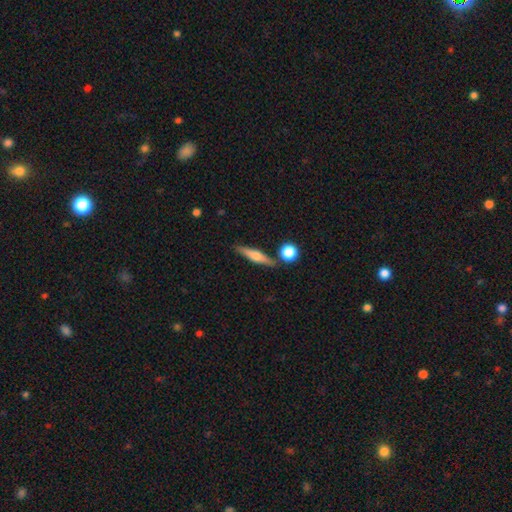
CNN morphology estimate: type=featured or disk (55%); edge-on=yes (96%); edge-on bulge=rounded (86%); merging=none (82%).